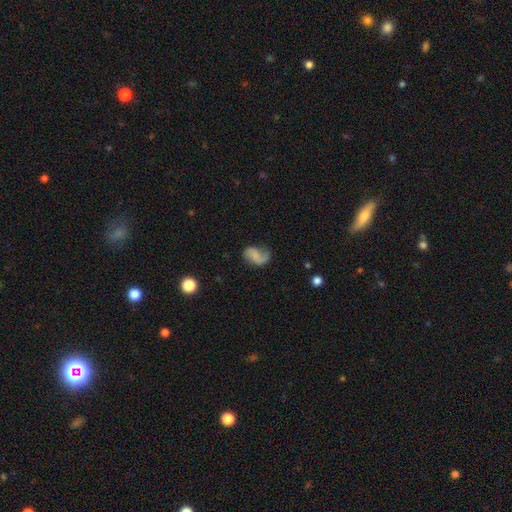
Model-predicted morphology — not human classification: Smooth or featured? smooth (45%, tied with featured or disk)
Merging? none (44%)